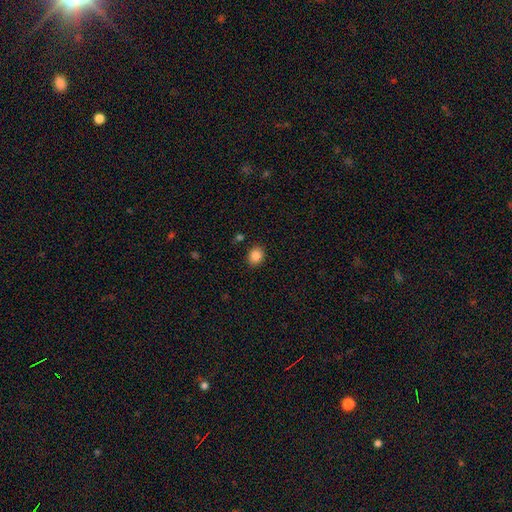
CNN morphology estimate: Smooth or featured?
  - smooth: 86% *
  - star or artifact: 10%
  - featured or disk: 4%
How rounded?
  - round: 60% *
  - in between: 39%
  - cigar-shaped: 1%
Merging?
  - none: 85% *
  - minor disturbance: 9%
  - merger: 3%
  - major disturbance: 3%